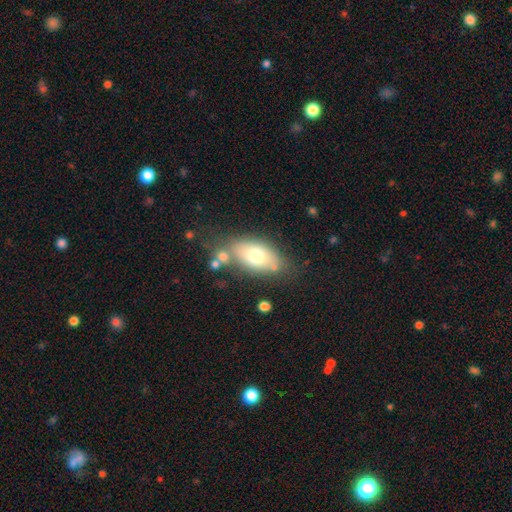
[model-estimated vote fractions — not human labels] This appears to be a smooth galaxy with no disk features (69%) that is in between round and cigar-shaped (88%). Merging: none (65%).